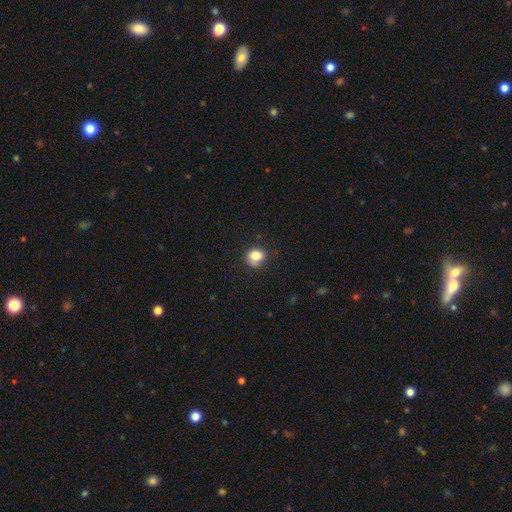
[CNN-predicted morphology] smooth_or_featured: smooth (p=0.81) [alt: star or artifact p=0.10]
how_rounded: round (p=0.72) [alt: in between p=0.27]
merging: none (p=0.68) [alt: minor disturbance p=0.23]